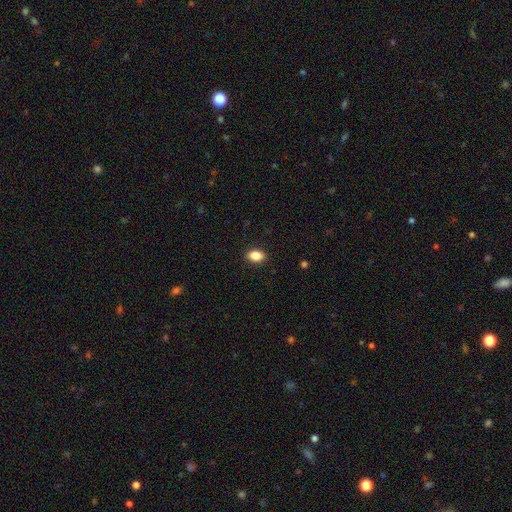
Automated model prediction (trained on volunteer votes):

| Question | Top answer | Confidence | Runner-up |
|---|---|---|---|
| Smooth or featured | smooth | 87% | star or artifact (8%) |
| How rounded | in between | 84% | round (14%) |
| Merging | none | 89% | minor disturbance (8%) |